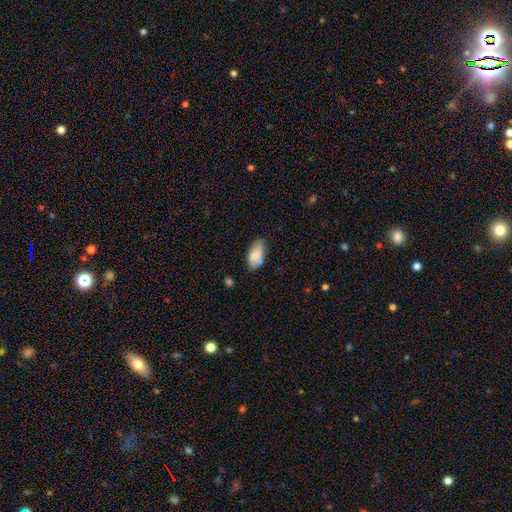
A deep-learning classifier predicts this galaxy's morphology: Smooth or featured?
  - smooth: 76% *
  - featured or disk: 17%
  - star or artifact: 7%
How rounded?
  - in between: 92% *
  - cigar-shaped: 5%
  - round: 3%
Merging?
  - none: 68% *
  - minor disturbance: 22%
  - merger: 6%
  - major disturbance: 4%